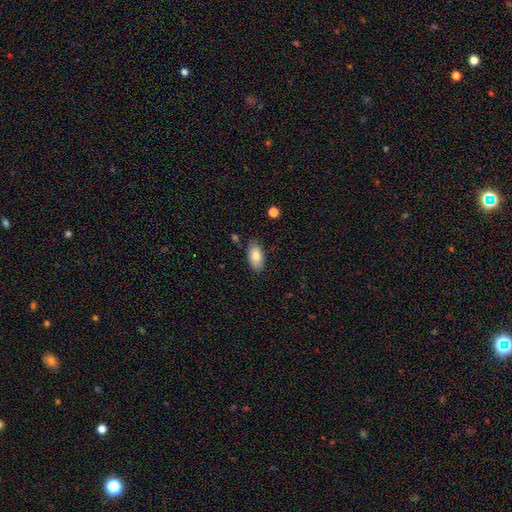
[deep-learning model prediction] This is clearly a smooth galaxy (80%). How rounded: clearly in between (93%). Merging: clearly none (83%).